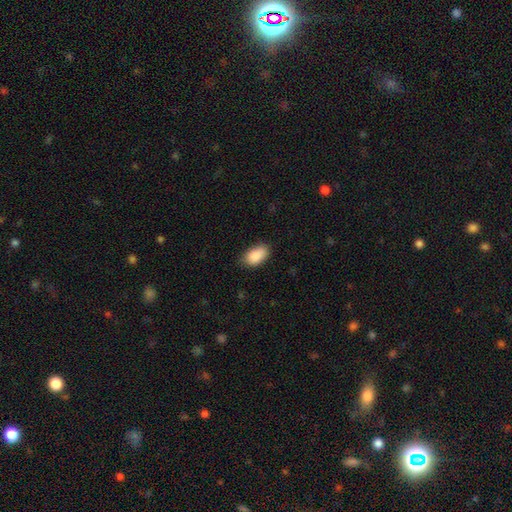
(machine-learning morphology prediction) Smooth or featured?
  - smooth: 90% *
  - star or artifact: 7%
  - featured or disk: 3%
How rounded?
  - in between: 94% *
  - round: 4%
  - cigar-shaped: 2%
Merging?
  - none: 78% *
  - minor disturbance: 18%
  - major disturbance: 3%
  - merger: 1%